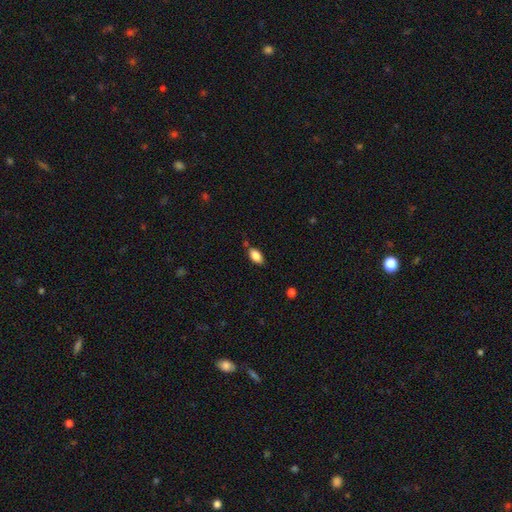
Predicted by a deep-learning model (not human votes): Morphology: type=smooth (84%); roundness=in between (92%); merging=none (77%).